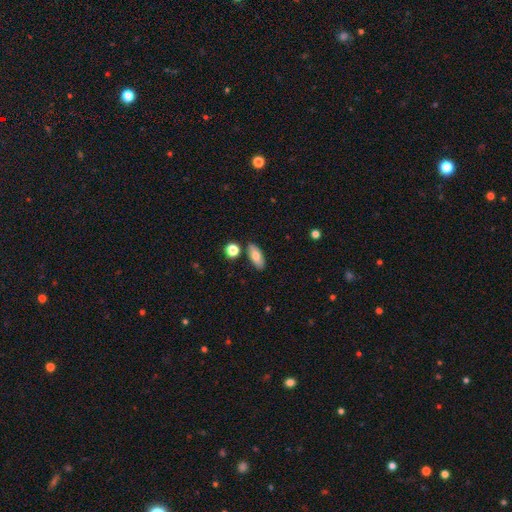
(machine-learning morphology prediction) Overall: smooth (77%). How rounded: in between (82%). Merging: none (84%).